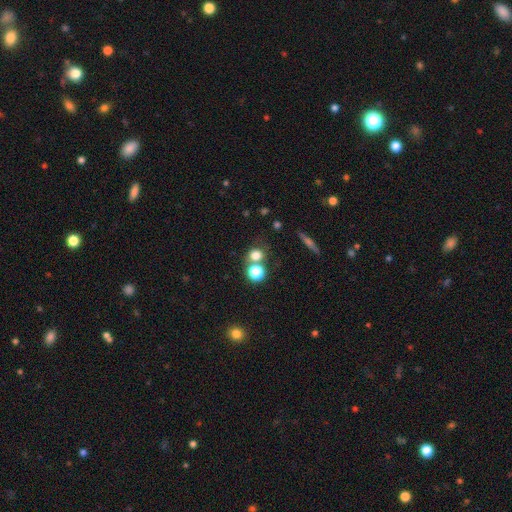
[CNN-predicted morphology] type=smooth (73%); roundness=round (78%); merging=none (56%).